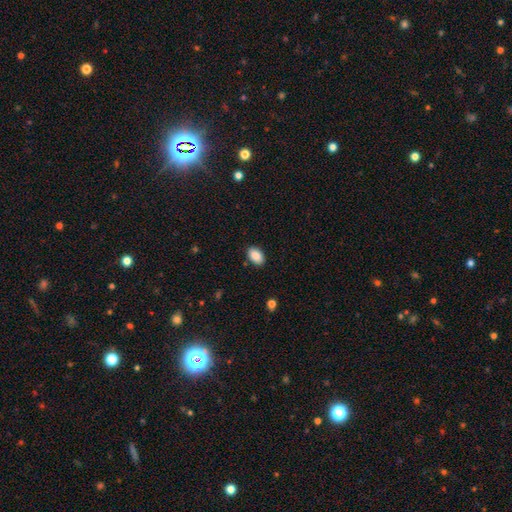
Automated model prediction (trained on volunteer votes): Overall: smooth (89%). How rounded: in between (91%). Merging: none (88%).